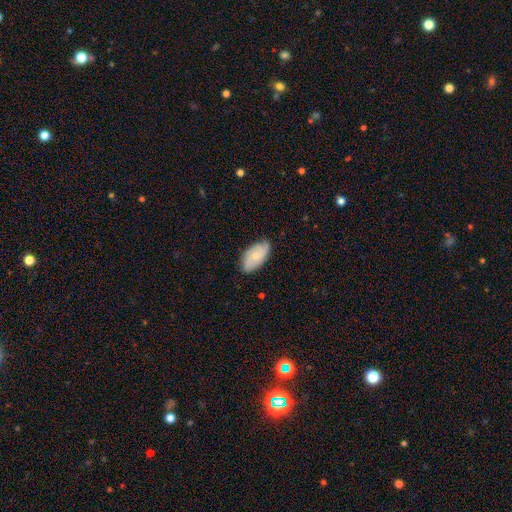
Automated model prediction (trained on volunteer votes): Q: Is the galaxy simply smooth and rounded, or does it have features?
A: smooth — 50%.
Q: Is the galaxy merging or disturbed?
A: none — 76%.